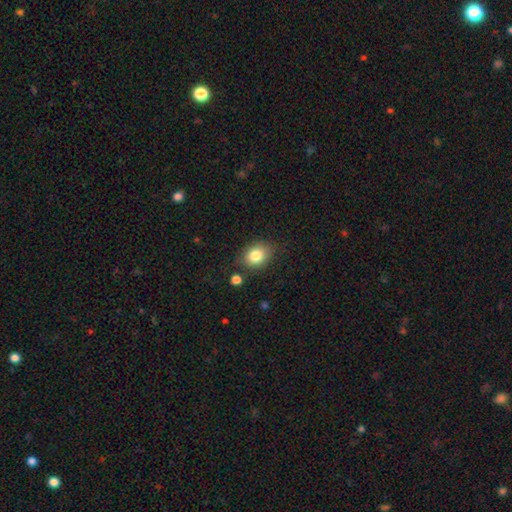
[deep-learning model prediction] A smooth galaxy with no disk features (81%) that is in between round and cigar-shaped (59%).

Vote fractions:
- Smooth or featured? smooth: 81% / star or artifact: 9% / featured or disk: 9%
- How rounded? in between: 59% / round: 40% / cigar-shaped: 1%
- Merging? none: 75% / minor disturbance: 16% / major disturbance: 4% / merger: 4%